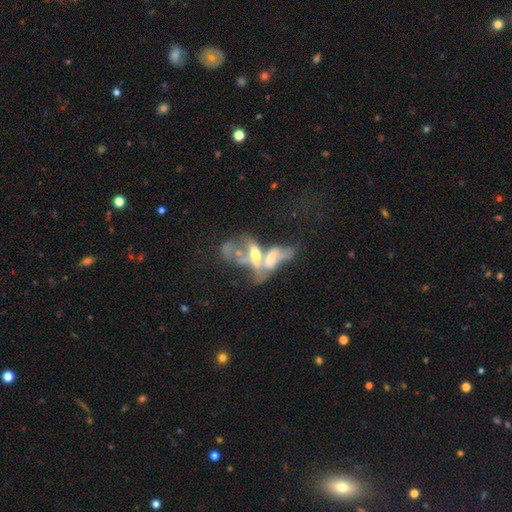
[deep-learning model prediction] smooth_or_featured: featured or disk (p=0.58) [alt: smooth p=0.31]
disk_edge_on: no (p=0.79) [alt: yes p=0.21]
merging: merger (p=0.70) [alt: major disturbance p=0.15]